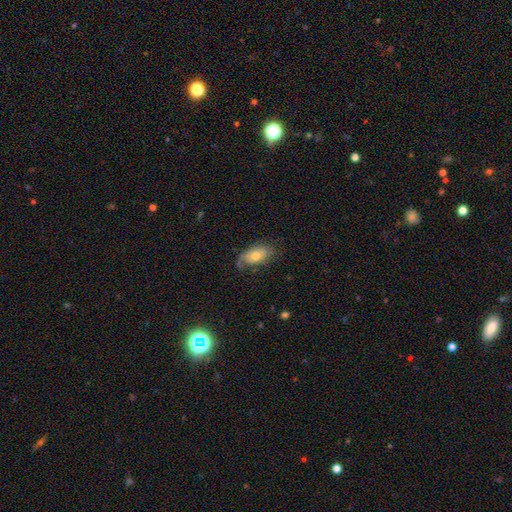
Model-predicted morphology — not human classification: Overall: smooth (57%; featured or disk 35%). How rounded: in between (90%). Merging: none (59%; minor disturbance 28%).